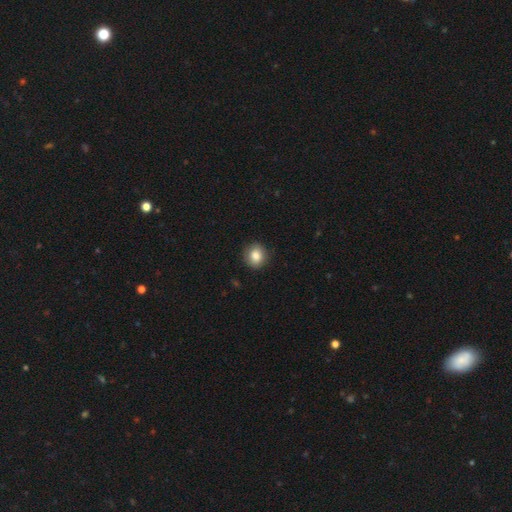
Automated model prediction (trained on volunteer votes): This is clearly a smooth galaxy (83%). How rounded: clearly round (81%). Merging: clearly none (88%).